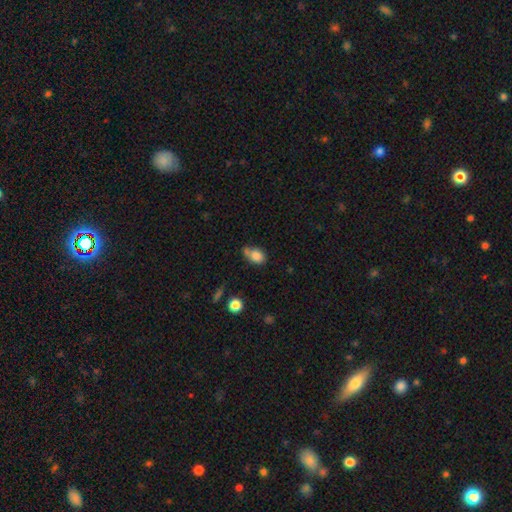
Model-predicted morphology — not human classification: Overall: smooth (81%). How rounded: in between (72%). Merging: none (44%; minor disturbance 26%).